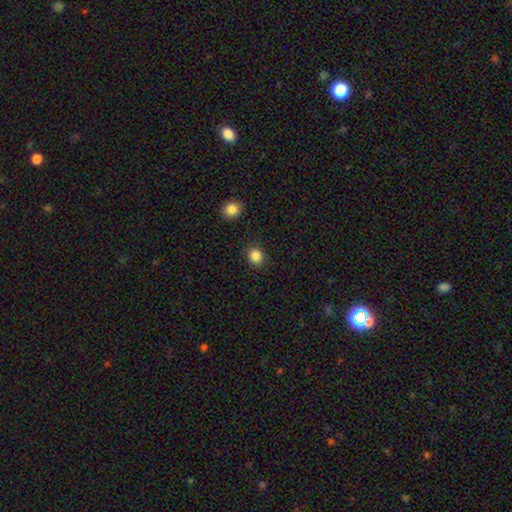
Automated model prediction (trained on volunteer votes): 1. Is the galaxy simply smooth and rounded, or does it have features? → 86% smooth, 11% star or artifact, 4% featured or disk.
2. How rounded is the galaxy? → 74% round, 25% in between, 1% cigar-shaped.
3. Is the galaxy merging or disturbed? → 88% none, 7% minor disturbance, 2% major disturbance, 2% merger.